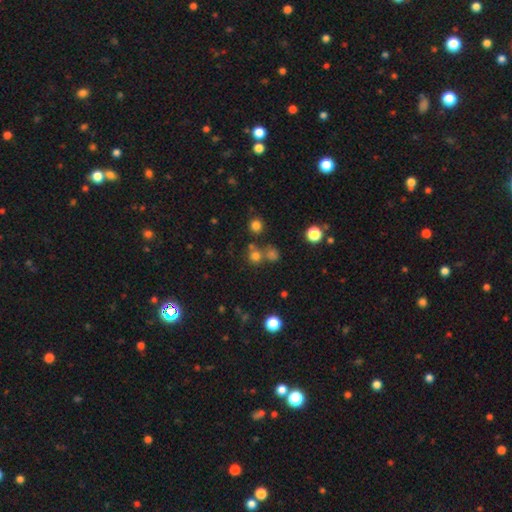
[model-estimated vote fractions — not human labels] Smooth or featured?
  - smooth: 69% *
  - star or artifact: 24%
  - featured or disk: 8%
How rounded?
  - round: 90% *
  - in between: 9%
  - cigar-shaped: 1%
Merging?
  - none: 66% *
  - merger: 23%
  - minor disturbance: 8%
  - major disturbance: 4%